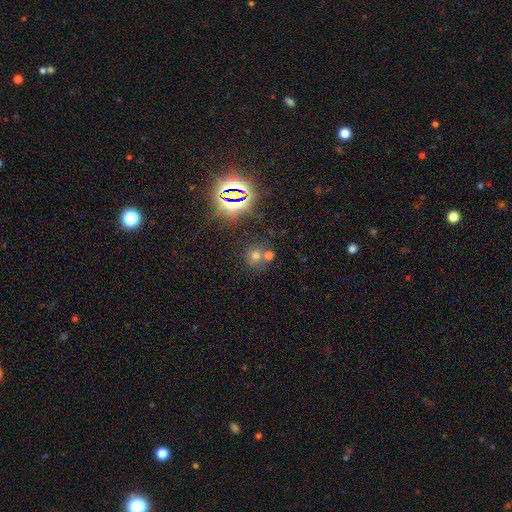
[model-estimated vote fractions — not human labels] Smooth or featured?
  - smooth: 56% *
  - star or artifact: 32%
  - featured or disk: 12%
How rounded?
  - round: 84% *
  - in between: 14%
  - cigar-shaped: 1%
Merging?
  - none: 53% *
  - merger: 35%
  - minor disturbance: 8%
  - major disturbance: 4%